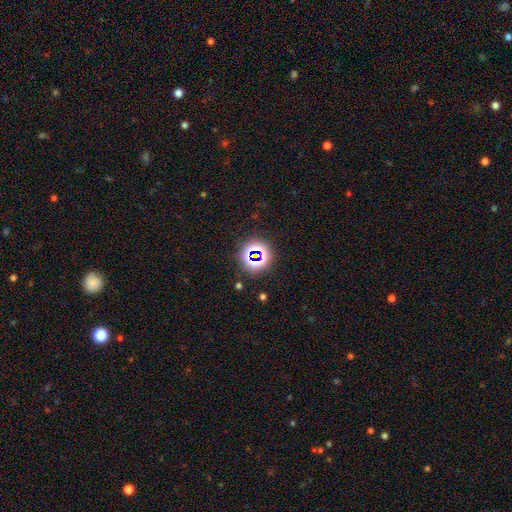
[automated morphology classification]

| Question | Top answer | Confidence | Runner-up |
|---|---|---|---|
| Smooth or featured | star or artifact | 68% | smooth (23%) |